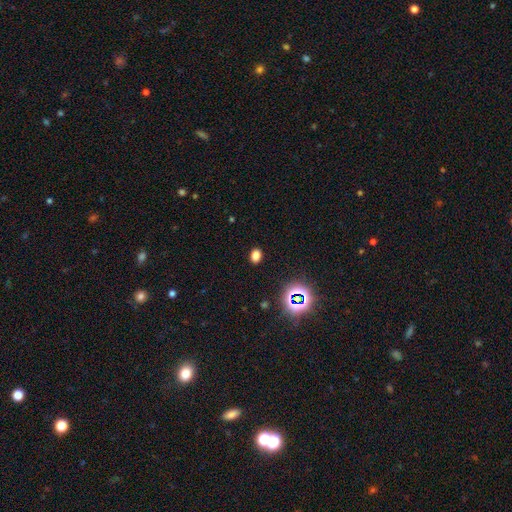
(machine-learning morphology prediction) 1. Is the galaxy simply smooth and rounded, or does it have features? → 74% smooth, 21% star or artifact, 5% featured or disk.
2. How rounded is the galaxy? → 69% in between, 29% round, 1% cigar-shaped.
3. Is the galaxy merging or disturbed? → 88% none, 8% minor disturbance, 3% major disturbance, 1% merger.